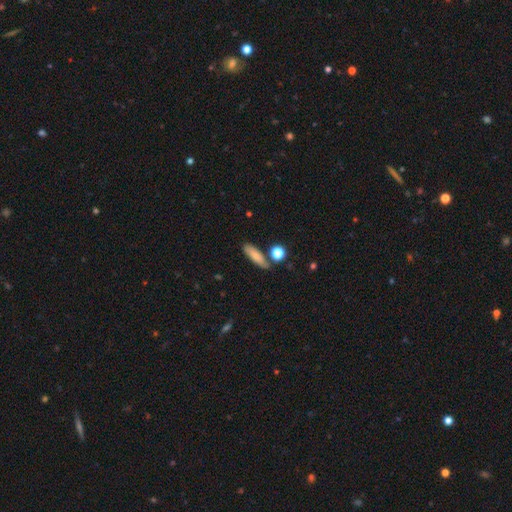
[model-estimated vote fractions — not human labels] This appears to be a smooth galaxy with no disk features (78%) that is cigar-shaped (54%). Merging: none (73%).